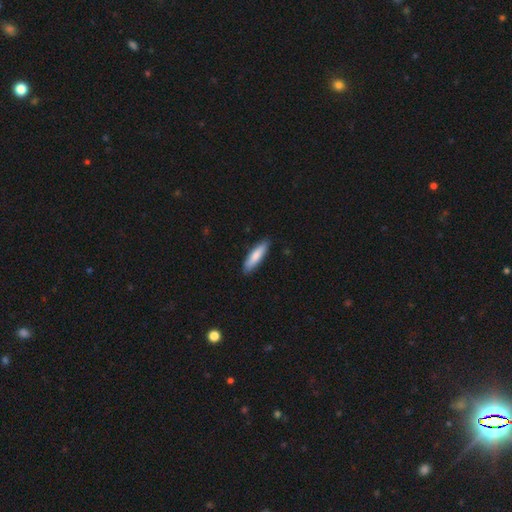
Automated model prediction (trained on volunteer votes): Smooth or featured: smooth — 82% (featured or disk — 13%)
How rounded: cigar-shaped — 71% (in between — 28%)
Merging: none — 88% (minor disturbance — 10%)